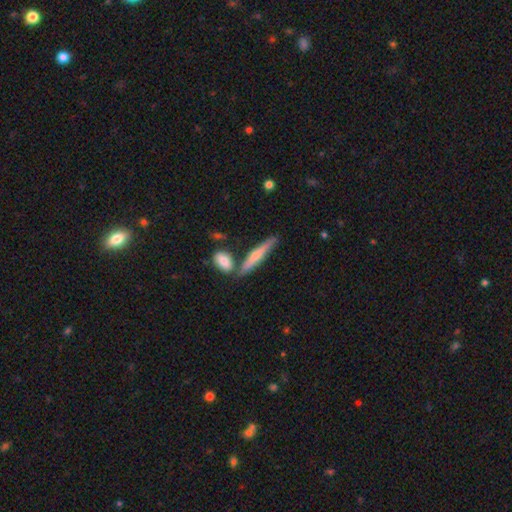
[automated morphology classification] smooth 56%, featured or disk 39%, star or artifact 6%. Down the decision tree: how rounded — cigar-shaped (88%); merging — none (70%).